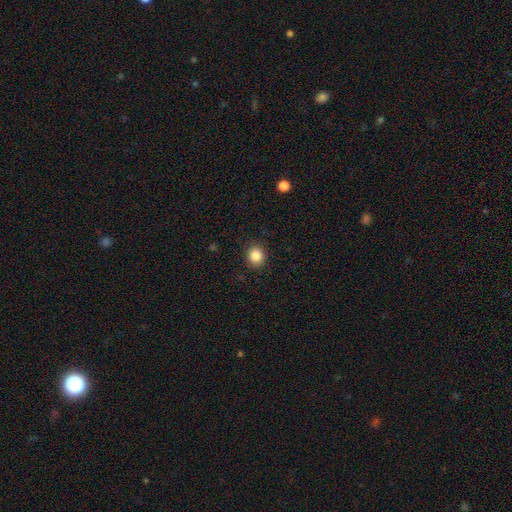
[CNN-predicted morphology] smooth_or_featured: smooth (p=0.86) [alt: star or artifact p=0.10]
how_rounded: round (p=0.87) [alt: in between p=0.13]
merging: none (p=0.90) [alt: minor disturbance p=0.07]